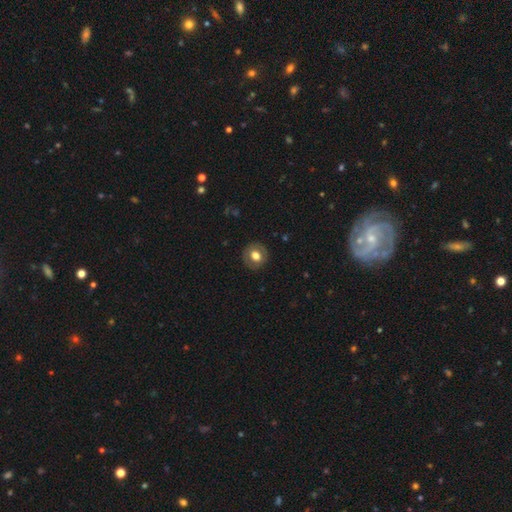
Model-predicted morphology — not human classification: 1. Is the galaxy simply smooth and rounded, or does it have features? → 63% smooth, 29% featured or disk, 8% star or artifact.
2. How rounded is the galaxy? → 84% round, 15% in between, 1% cigar-shaped.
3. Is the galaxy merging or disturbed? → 88% none, 9% minor disturbance, 3% major disturbance, 1% merger.